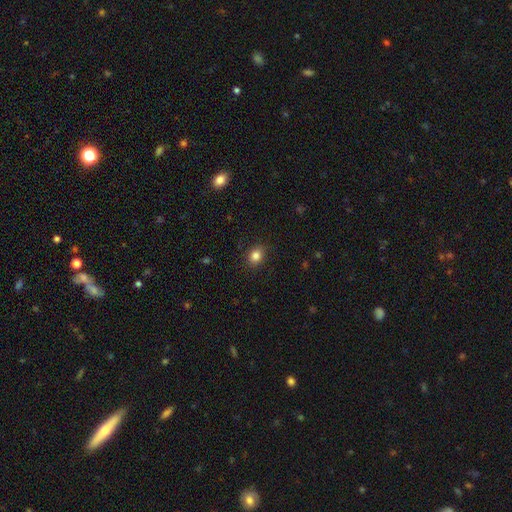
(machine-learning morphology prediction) A smooth galaxy with no disk features (84%) that is round (53%).

Vote fractions:
- Smooth or featured? smooth: 84% / star or artifact: 11% / featured or disk: 5%
- How rounded? round: 53% / in between: 46% / cigar-shaped: 1%
- Merging? none: 88% / minor disturbance: 9% / major disturbance: 2% / merger: 1%